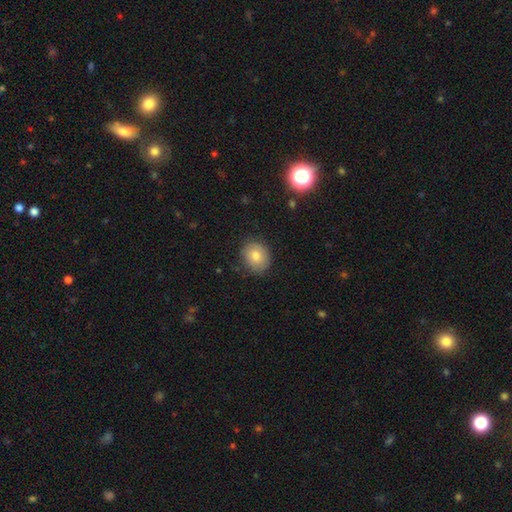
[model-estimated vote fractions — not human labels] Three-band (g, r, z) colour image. It shows a smooth galaxy with no disk features (76%) that is round (68%). Merging: none (82%).